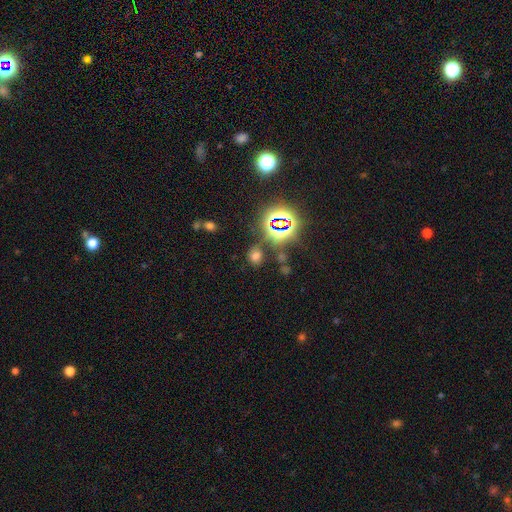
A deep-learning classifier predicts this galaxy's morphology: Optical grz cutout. It shows a smooth galaxy with no disk features (56%) that is round (58%). Merging: none (77%).